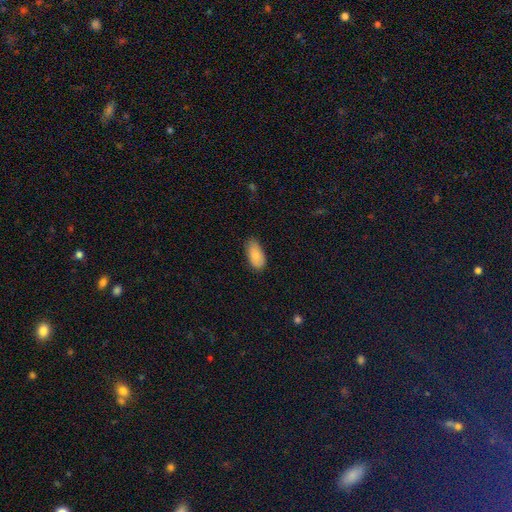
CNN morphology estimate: Smooth or featured? Predicted: smooth (p=0.84). How rounded? Predicted: in between (p=0.93). Merging? Predicted: none (p=0.73).